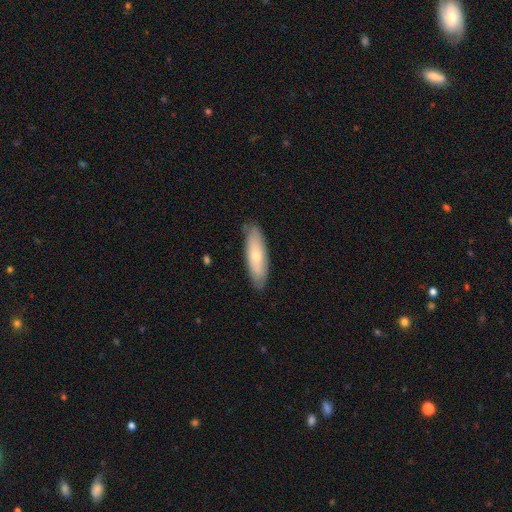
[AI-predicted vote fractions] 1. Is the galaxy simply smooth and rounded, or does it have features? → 62% smooth, 32% featured or disk, 6% star or artifact.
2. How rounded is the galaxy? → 53% cigar-shaped, 45% in between, 2% round.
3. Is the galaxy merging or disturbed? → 85% none, 12% minor disturbance, 2% major disturbance, 1% merger.